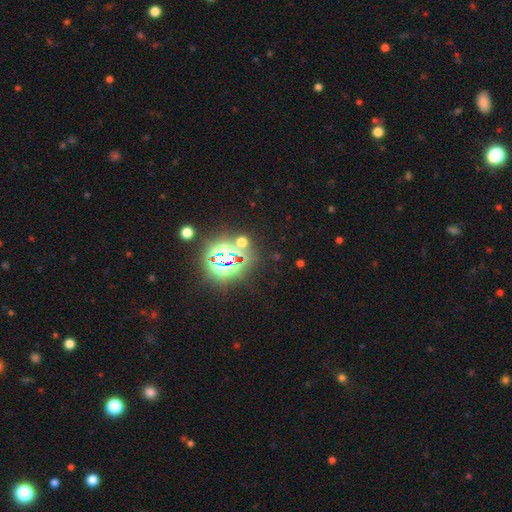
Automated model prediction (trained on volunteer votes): Smooth or featured: star or artifact — 84% (smooth — 10%)